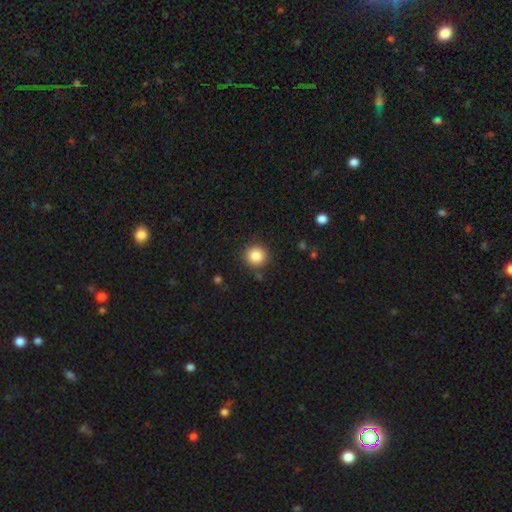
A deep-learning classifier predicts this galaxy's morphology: A smooth galaxy with no disk features (85%) that is round (94%).

Vote fractions:
- Smooth or featured? smooth: 85% / star or artifact: 10% / featured or disk: 5%
- How rounded? round: 94% / in between: 5% / cigar-shaped: 1%
- Merging? none: 89% / minor disturbance: 7% / major disturbance: 2% / merger: 2%